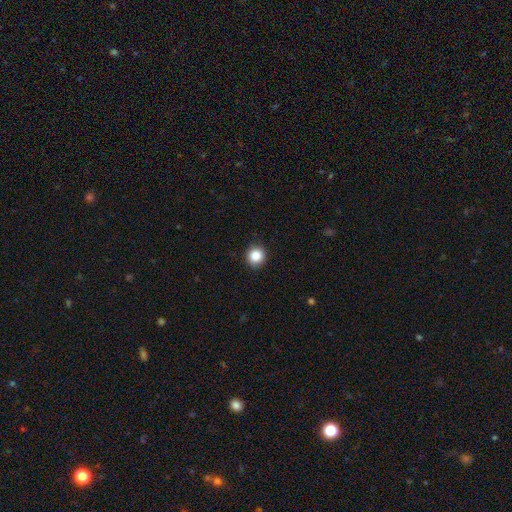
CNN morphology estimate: smooth-or-featured: smooth: 87% | star or artifact: 9% | featured or disk: 4%
  how-rounded: round: 91% | in between: 8% | cigar-shaped: 1%
  merging: none: 91% | minor disturbance: 7% | major disturbance: 2% | merger: 1%